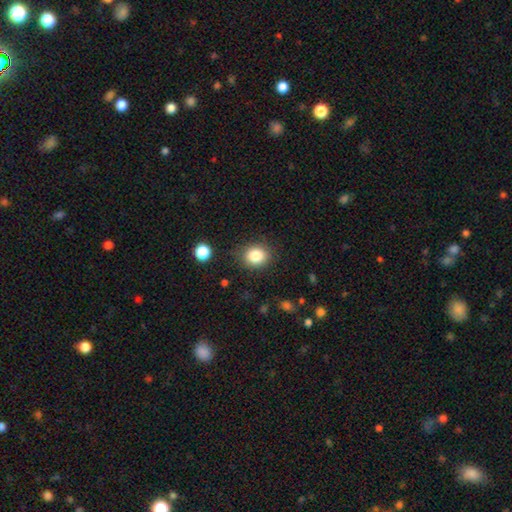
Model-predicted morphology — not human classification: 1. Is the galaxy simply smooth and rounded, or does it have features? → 83% smooth, 11% star or artifact, 6% featured or disk.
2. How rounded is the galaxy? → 69% round, 30% in between, 1% cigar-shaped.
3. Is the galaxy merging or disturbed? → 84% none, 11% minor disturbance, 3% major disturbance, 2% merger.